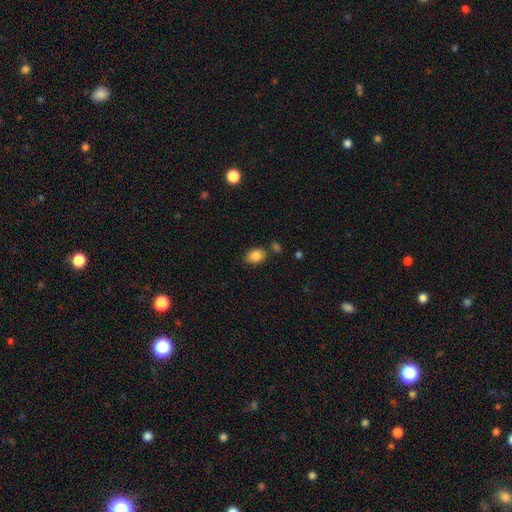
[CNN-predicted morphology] smooth-or-featured: smooth: 86% | star or artifact: 9% | featured or disk: 6%
  how-rounded: in between: 75% | round: 23% | cigar-shaped: 1%
  merging: none: 75% | minor disturbance: 15% | merger: 7% | major disturbance: 3%